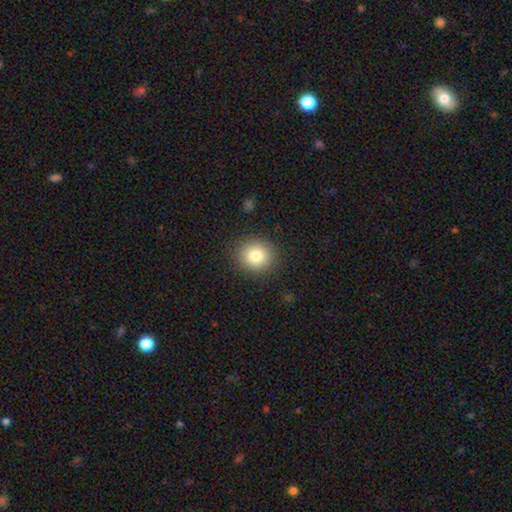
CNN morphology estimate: A smooth galaxy with no disk features (81%) that is round (85%). Merging: none (89%).